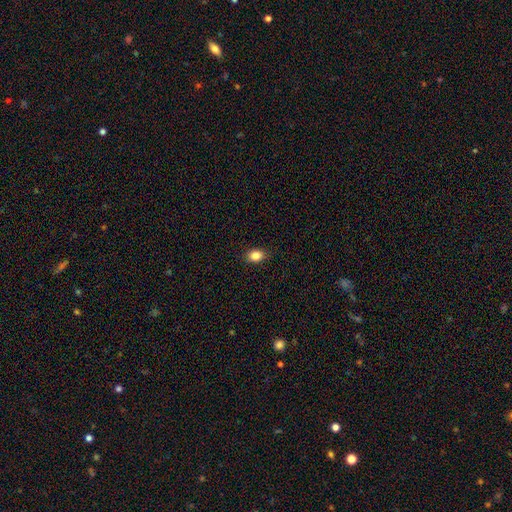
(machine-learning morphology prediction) Smooth or featured? smooth (85%)
How rounded? in between (71%)
Merging? none (88%)